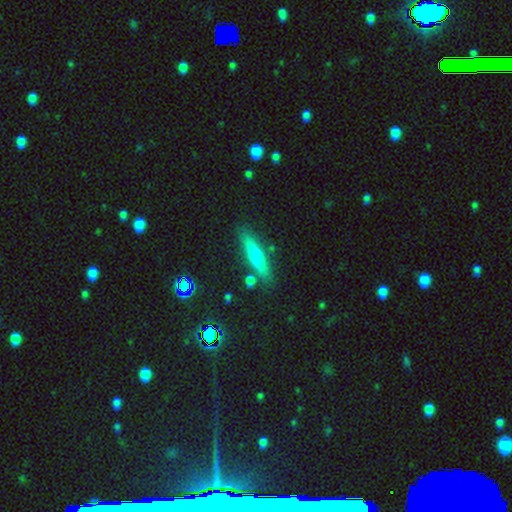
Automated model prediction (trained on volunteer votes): Smooth or featured? Predicted: smooth (p=0.49). Merging? Predicted: none (p=0.82).